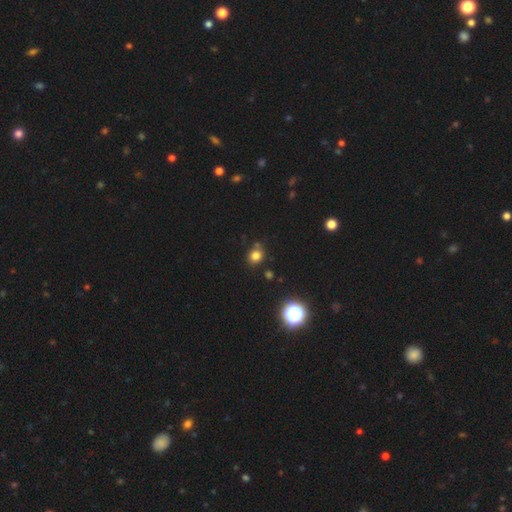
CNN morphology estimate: Overall: smooth (77%). How rounded: round (73%). Merging: none (75%).